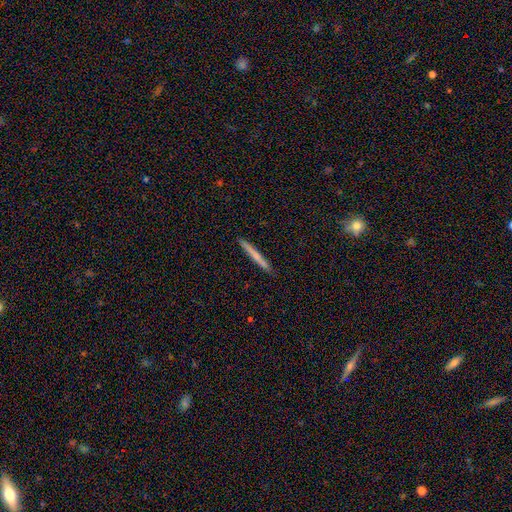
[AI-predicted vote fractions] Smooth or featured? smooth (63%)
How rounded? cigar-shaped (96%)
Merging? none (91%)